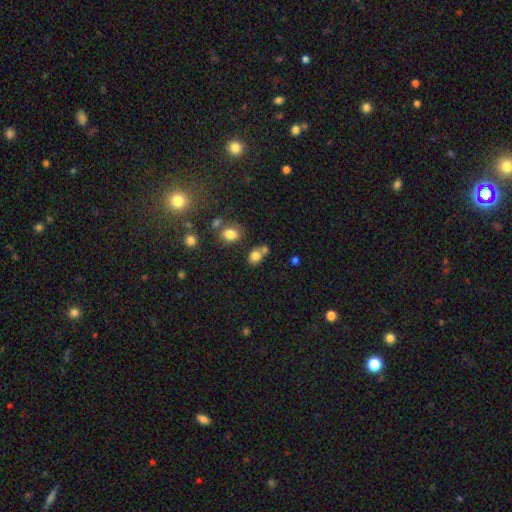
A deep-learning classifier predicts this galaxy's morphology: The model was most divided on "how rounded": in between: 55%, round: 44%, cigar-shaped: 1%. Remaining: smooth or featured — smooth (79%); merging — none (47%).